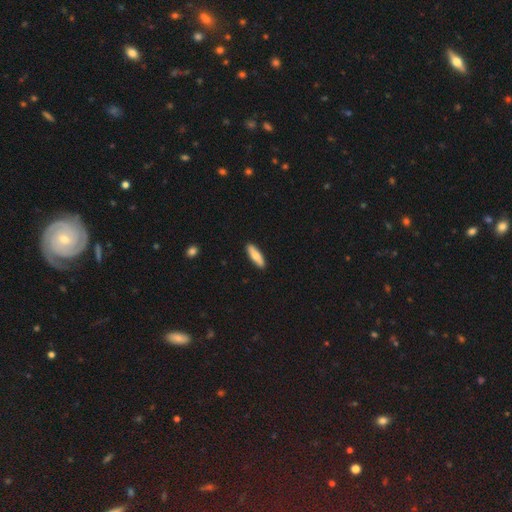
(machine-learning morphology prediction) Q: Smooth or featured?
A: smooth (74%); runner-up: featured or disk (21%)
Q: How rounded?
A: cigar-shaped (61%); runner-up: in between (37%)
Q: Merging?
A: none (90%); runner-up: minor disturbance (7%)